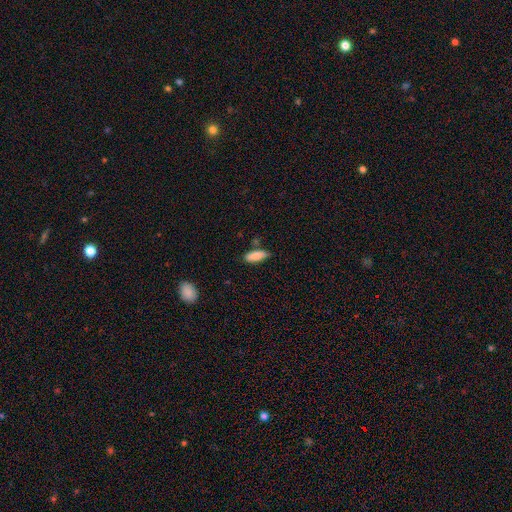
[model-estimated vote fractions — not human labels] Smooth or featured?
  - smooth: 85% *
  - featured or disk: 8%
  - star or artifact: 6%
How rounded?
  - in between: 71% *
  - cigar-shaped: 27%
  - round: 2%
Merging?
  - none: 71% *
  - minor disturbance: 20%
  - merger: 6%
  - major disturbance: 3%